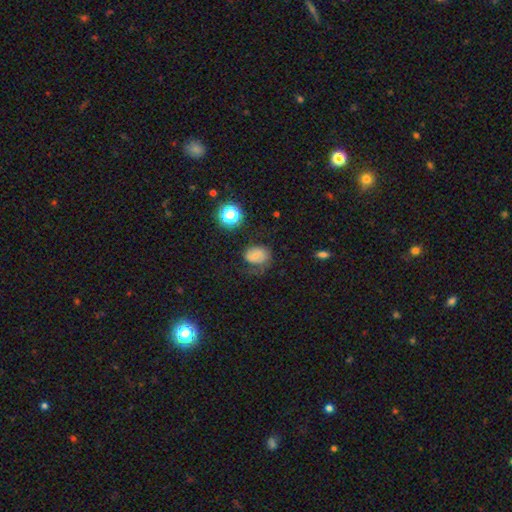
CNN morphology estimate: Smooth or featured? smooth (48%)
Merging? none (43%)